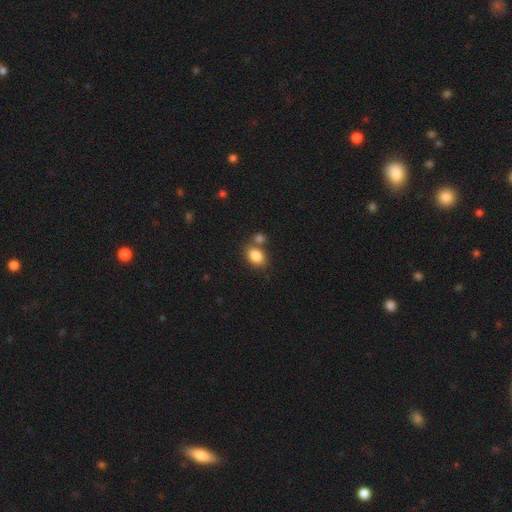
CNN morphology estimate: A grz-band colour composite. It shows a smooth galaxy with no disk features (85%) that is in between round and cigar-shaped (78%). Merging: none (60%).